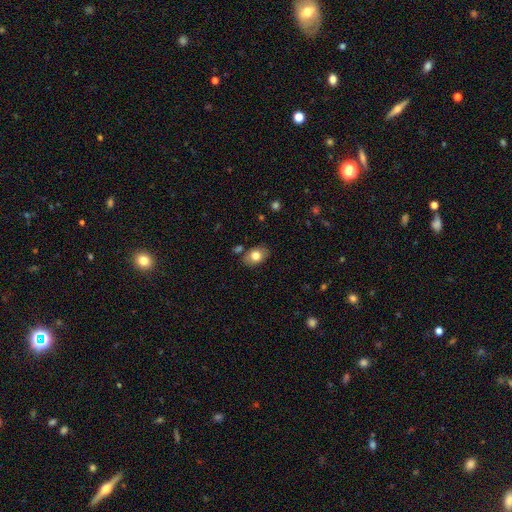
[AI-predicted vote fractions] Smooth or featured? Predicted: smooth (p=0.78). How rounded? Predicted: in between (p=0.76). Merging? Predicted: none (p=0.81).